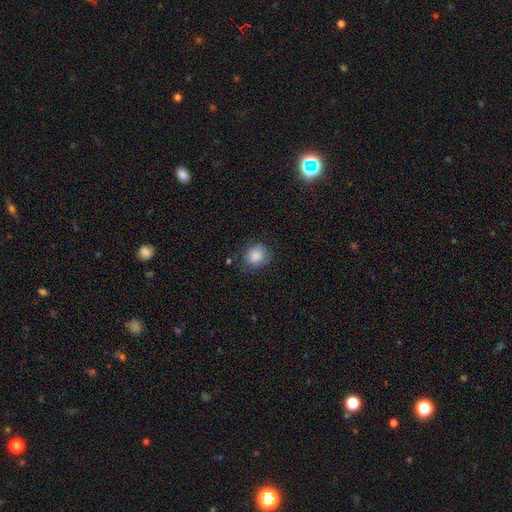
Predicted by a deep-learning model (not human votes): Smooth or featured? Predicted: smooth (p=0.85). How rounded? Predicted: round (p=0.77). Merging? Predicted: none (p=0.75).